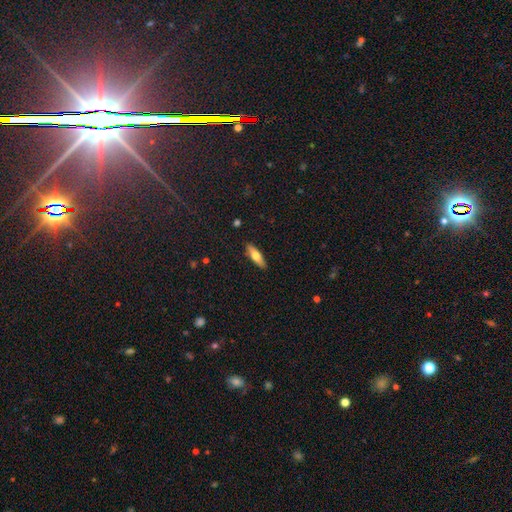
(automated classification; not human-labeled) Smooth or featured? Predicted: smooth (p=0.63). How rounded? Predicted: cigar-shaped (p=0.52). Merging? Predicted: none (p=0.89).